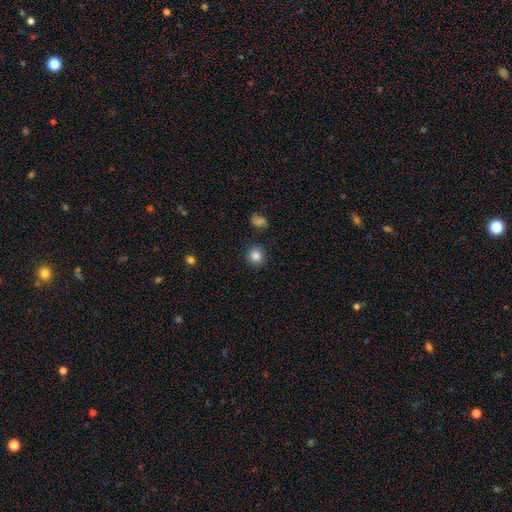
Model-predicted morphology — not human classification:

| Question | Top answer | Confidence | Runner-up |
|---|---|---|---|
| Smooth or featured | smooth | 85% | star or artifact (10%) |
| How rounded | round | 90% | in between (9%) |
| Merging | none | 89% | minor disturbance (7%) |